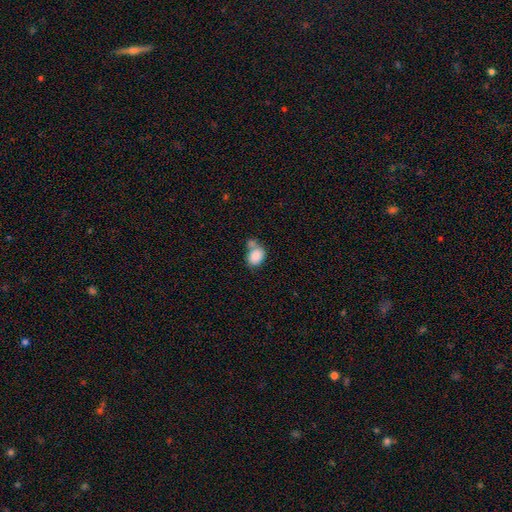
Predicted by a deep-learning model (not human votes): Smooth or featured? smooth (86%)
How rounded? in between (70%)
Merging? merger (40%)